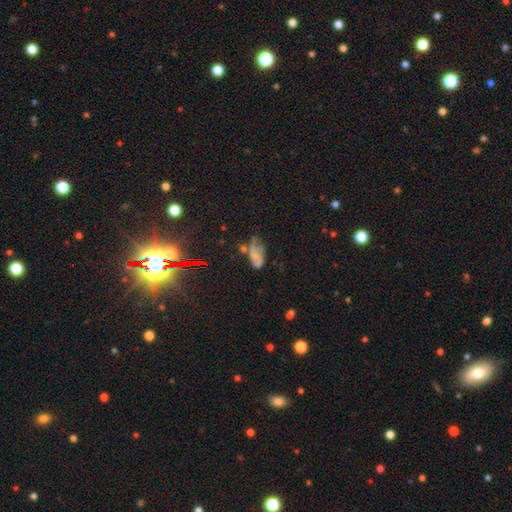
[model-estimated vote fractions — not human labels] A smooth galaxy with no disk features (43%).

Vote fractions:
- Smooth or featured? smooth: 43% / featured or disk: 39% / star or artifact: 17%
- Merging? none: 29% (tied) / minor disturbance: 29% (tied) / major disturbance: 29% (tied) / merger: 13%